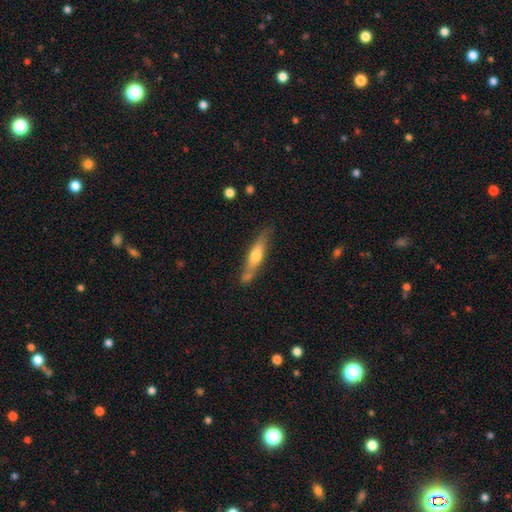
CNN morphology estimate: A smooth galaxy with no disk features (50%) that is cigar-shaped (79%). Merging: none (71%).